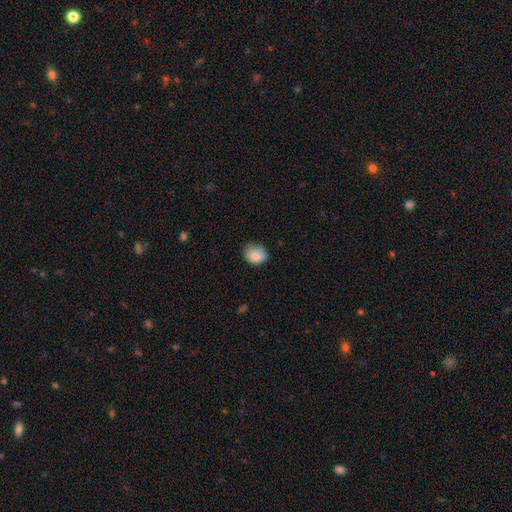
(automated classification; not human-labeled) smooth 85%, star or artifact 8%, featured or disk 7%. Down the decision tree: how rounded — in between (54%); merging — none (68%).